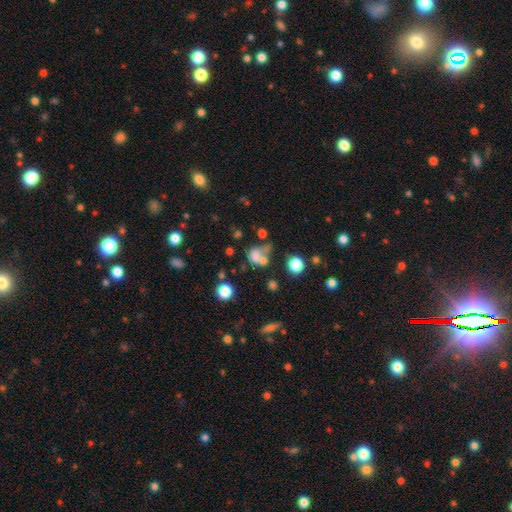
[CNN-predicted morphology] Overall: smooth (64%). How rounded: round (54%; in between 44%). Merging: merger (44%; none 26%).